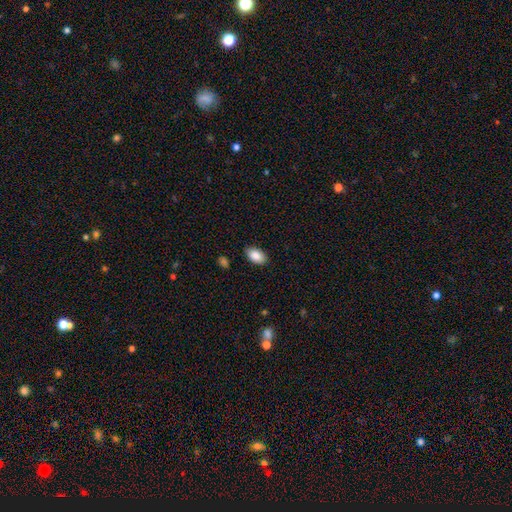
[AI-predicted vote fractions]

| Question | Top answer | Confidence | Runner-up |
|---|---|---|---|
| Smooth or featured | smooth | 88% | star or artifact (7%) |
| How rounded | in between | 93% | round (6%) |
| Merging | none | 85% | minor disturbance (11%) |